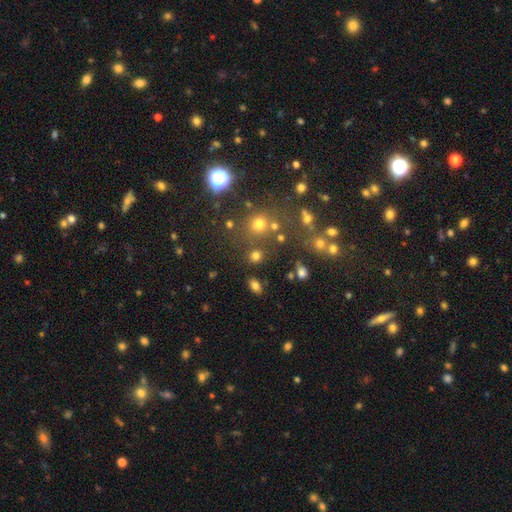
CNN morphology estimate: smooth_or_featured: smooth (p=0.72) [alt: star or artifact p=0.19]
how_rounded: round (p=0.65) [alt: in between p=0.33]
merging: none (p=0.75) [alt: merger p=0.11]